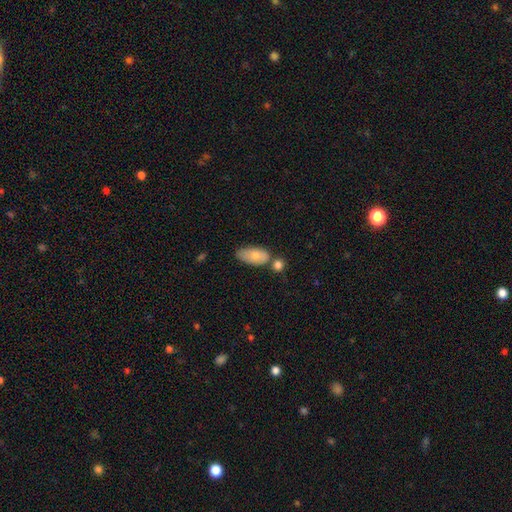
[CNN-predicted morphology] smooth_or_featured: smooth (p=0.75) [alt: featured or disk p=0.18]
how_rounded: in between (p=0.90) [alt: cigar-shaped p=0.06]
merging: none (p=0.46) [alt: merger p=0.24]